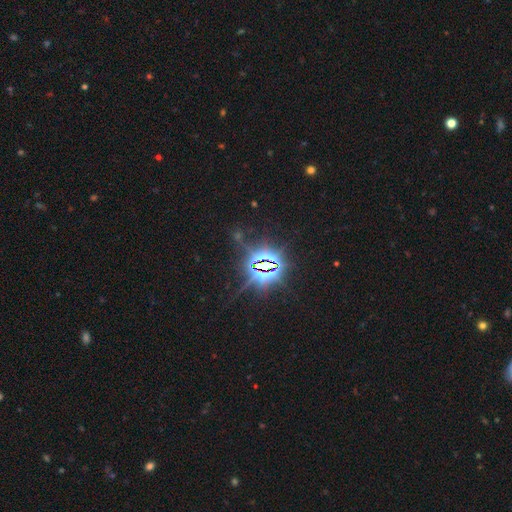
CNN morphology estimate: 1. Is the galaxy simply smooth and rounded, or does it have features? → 85% star or artifact, 8% smooth, 7% featured or disk.